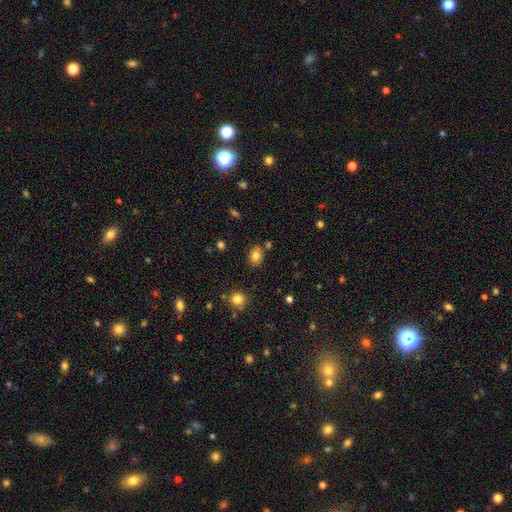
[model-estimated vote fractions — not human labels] smooth_or_featured: smooth (p=0.80) [alt: star or artifact p=0.11]
how_rounded: in between (p=0.51) [alt: round p=0.48]
merging: none (p=0.77) [alt: minor disturbance p=0.13]